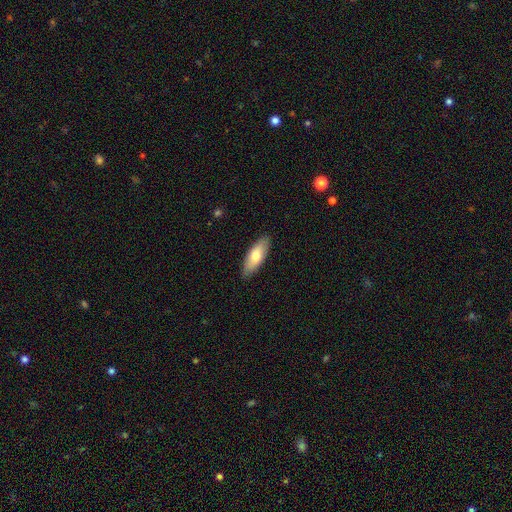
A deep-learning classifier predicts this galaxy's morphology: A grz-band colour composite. It shows a smooth galaxy with no disk features (70%) that is in between round and cigar-shaped (70%). Merging: none (87%).